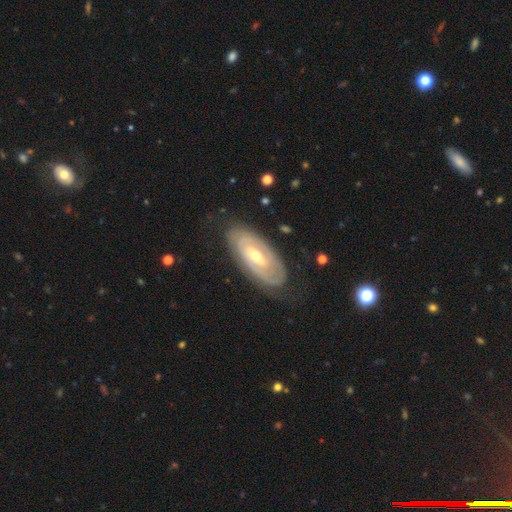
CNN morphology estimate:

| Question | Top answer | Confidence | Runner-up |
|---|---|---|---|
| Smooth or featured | featured or disk | 77% | smooth (18%) |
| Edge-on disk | no | 91% | yes (9%) |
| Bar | no | 44% | weak (39%) |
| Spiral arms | yes | 77% | no (23%) |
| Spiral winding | tight | 73% | medium (20%) |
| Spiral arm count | can't tell | 45% | 2 (39%) |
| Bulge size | small | 49% | moderate (48%) |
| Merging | none | 78% | minor disturbance (15%) |